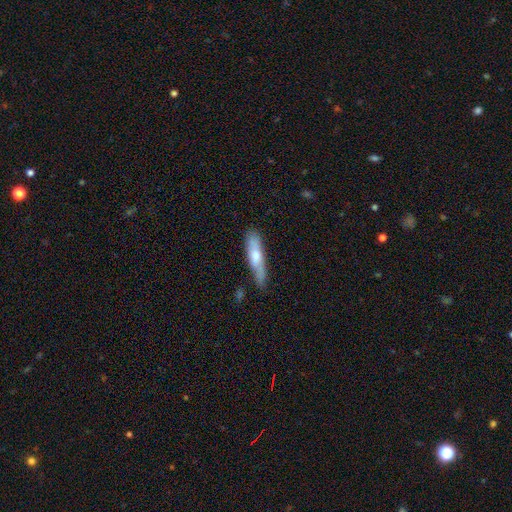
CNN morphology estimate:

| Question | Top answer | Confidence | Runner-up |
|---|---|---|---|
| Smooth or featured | smooth | 61% | featured or disk (33%) |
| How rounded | cigar-shaped | 74% | in between (24%) |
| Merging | none | 63% | minor disturbance (28%) |